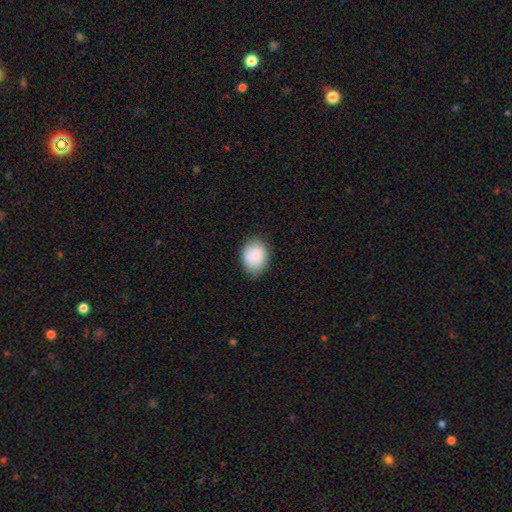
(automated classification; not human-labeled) A smooth galaxy with no disk features (86%) that is in between round and cigar-shaped (51%).

Vote fractions:
- Smooth or featured? smooth: 86% / star or artifact: 7% / featured or disk: 7%
- How rounded? in between: 51% / round: 48% / cigar-shaped: 1%
- Merging? none: 79% / minor disturbance: 16% / major disturbance: 3% / merger: 1%